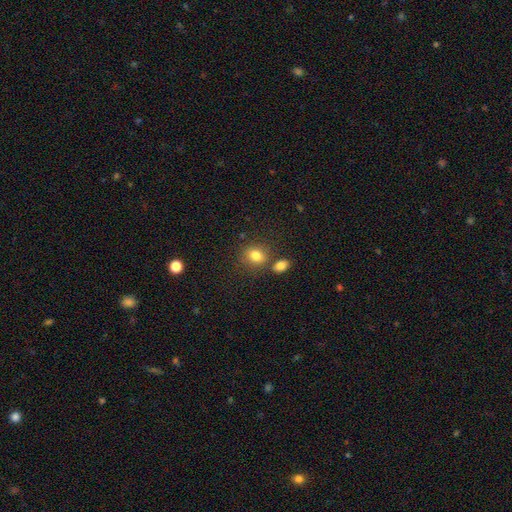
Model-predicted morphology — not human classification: smooth-or-featured: smooth: 80% | star or artifact: 12% | featured or disk: 8%
  how-rounded: round: 64% | in between: 35% | cigar-shaped: 1%
  merging: none: 70% | merger: 15% | minor disturbance: 11% | major disturbance: 4%